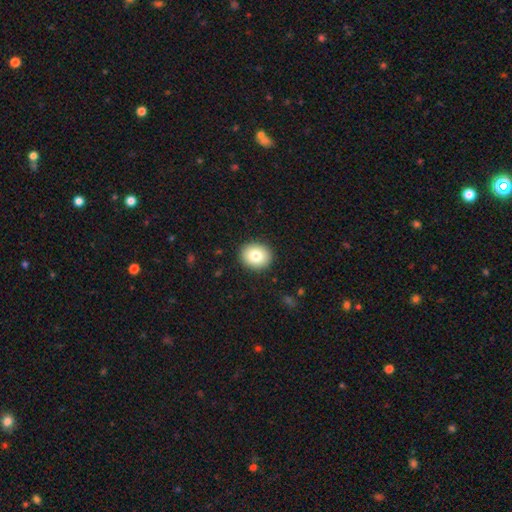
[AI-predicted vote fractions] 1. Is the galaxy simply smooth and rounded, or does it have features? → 81% smooth, 10% featured or disk, 9% star or artifact.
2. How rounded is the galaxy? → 71% round, 28% in between, 1% cigar-shaped.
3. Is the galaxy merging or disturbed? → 91% none, 6% minor disturbance, 2% major disturbance, 1% merger.